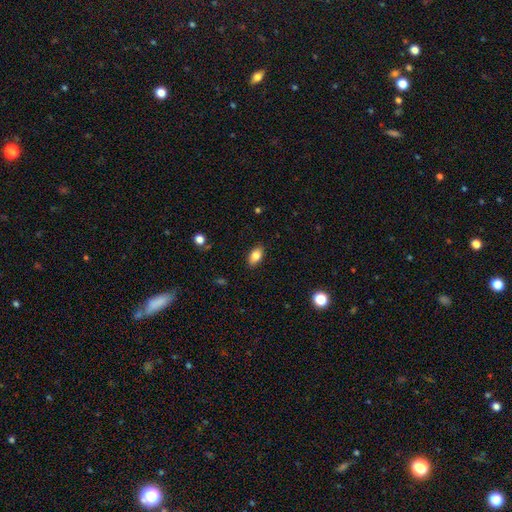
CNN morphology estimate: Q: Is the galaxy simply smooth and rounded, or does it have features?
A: smooth — 83%.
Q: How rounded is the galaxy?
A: in between — 91%.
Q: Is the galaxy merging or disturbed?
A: none — 88%.